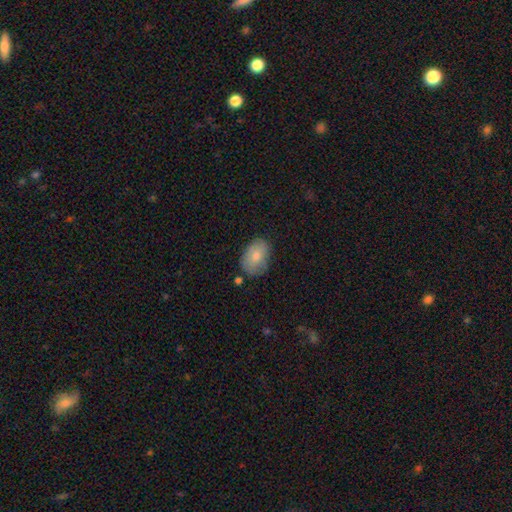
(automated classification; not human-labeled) smooth_or_featured: smooth (p=0.79) [alt: featured or disk p=0.14]
how_rounded: in between (p=0.86) [alt: round p=0.13]
merging: none (p=0.72) [alt: minor disturbance p=0.21]